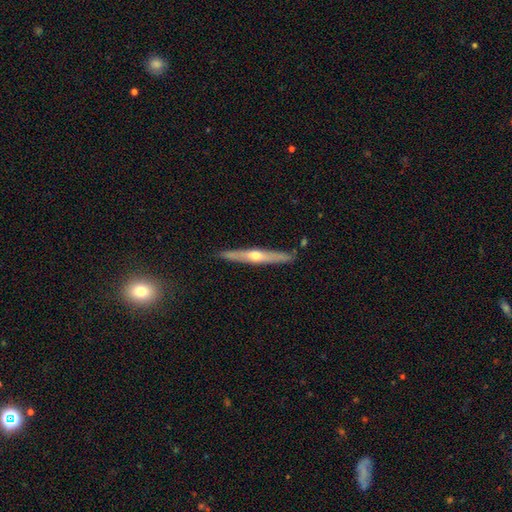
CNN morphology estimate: featured or disk 63%, smooth 31%, star or artifact 5%. Down the decision tree: edge-on disk — yes (94%); edge-on bulge — rounded (87%); merging — none (88%).